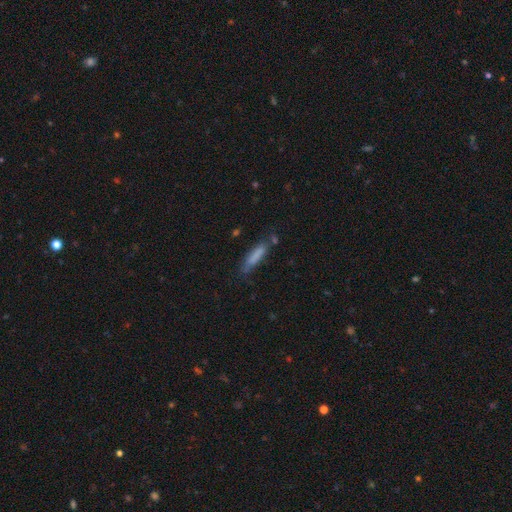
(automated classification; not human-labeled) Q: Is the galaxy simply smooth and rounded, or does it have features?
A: smooth — 77%.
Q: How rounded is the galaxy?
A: cigar-shaped — 83%.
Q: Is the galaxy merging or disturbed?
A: none — 68%.